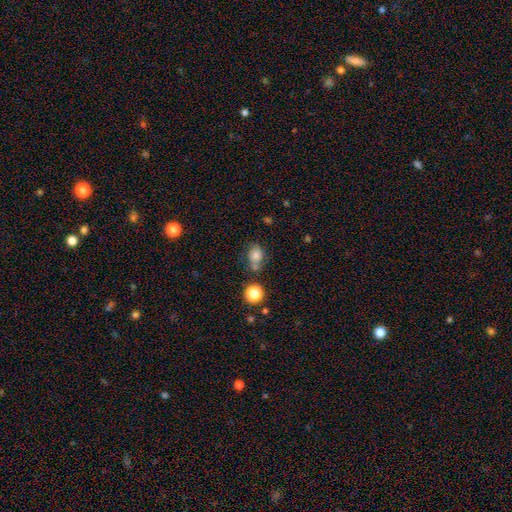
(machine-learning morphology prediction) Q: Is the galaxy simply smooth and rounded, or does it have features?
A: smooth — 70%.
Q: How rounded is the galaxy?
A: in between — 61%.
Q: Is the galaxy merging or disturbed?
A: none — 54%.